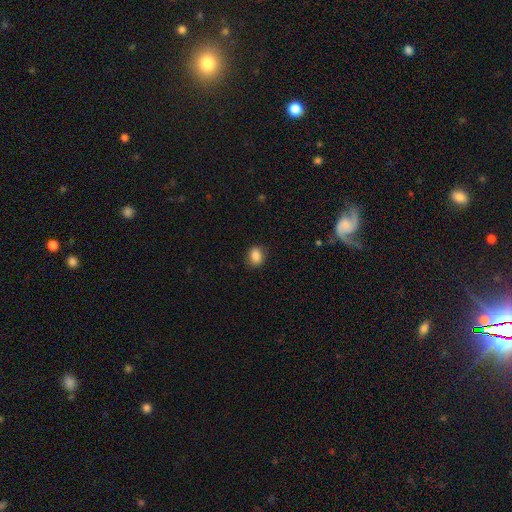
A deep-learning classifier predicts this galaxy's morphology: Smooth or featured?
  - smooth: 87% *
  - star or artifact: 9%
  - featured or disk: 5%
How rounded?
  - in between: 62% *
  - round: 37%
  - cigar-shaped: 1%
Merging?
  - none: 84% *
  - minor disturbance: 12%
  - major disturbance: 3%
  - merger: 1%